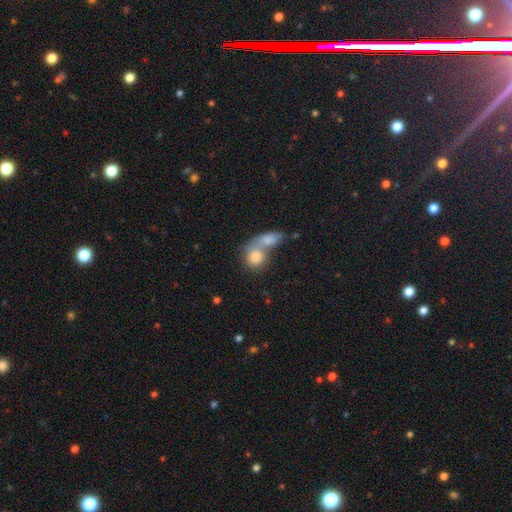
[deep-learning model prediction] This appears to be a smooth galaxy with no disk features (78%) that is round (65%). Merging: merger (65%).